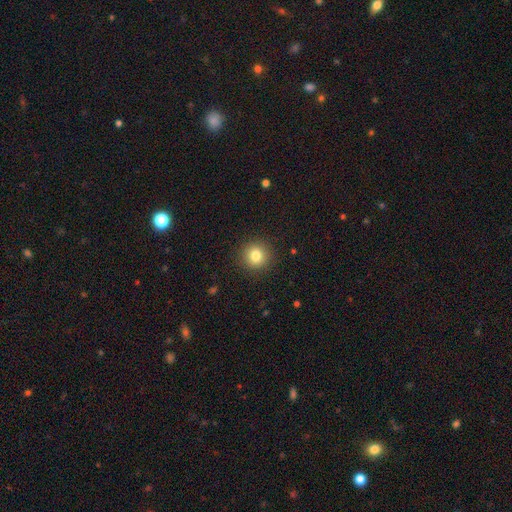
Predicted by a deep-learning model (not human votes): Overall: smooth (82%). How rounded: round (92%). Merging: none (91%).